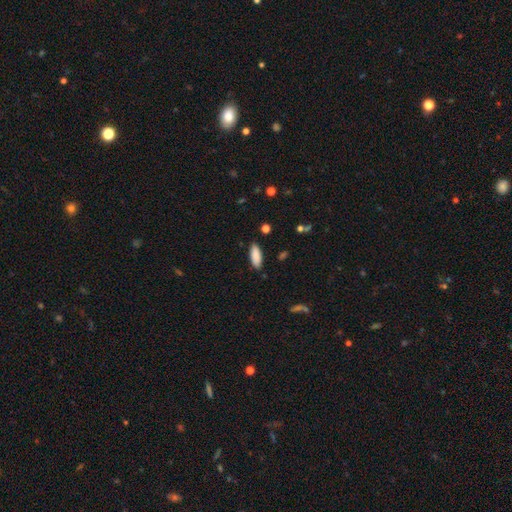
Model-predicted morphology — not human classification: type=smooth (89%); roundness=in between (69%); merging=none (88%).